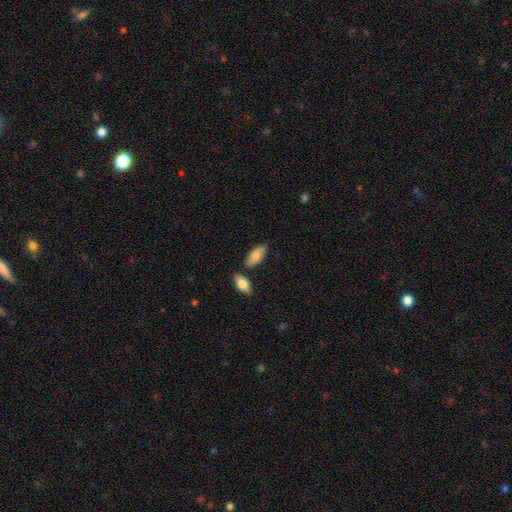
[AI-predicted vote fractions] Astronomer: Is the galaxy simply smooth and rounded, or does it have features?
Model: smooth — 83%.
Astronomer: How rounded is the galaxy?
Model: in between — 86%.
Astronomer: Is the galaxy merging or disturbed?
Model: none — 76%.